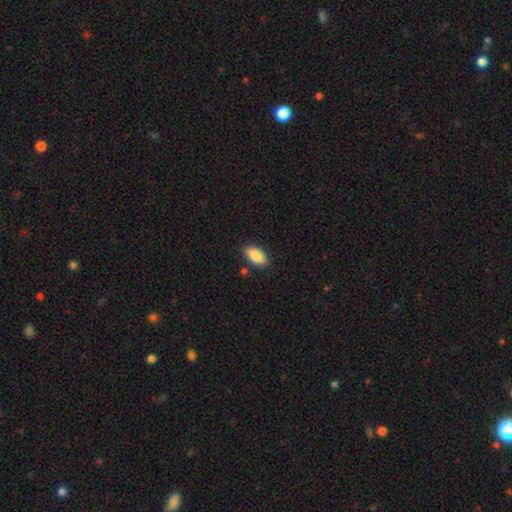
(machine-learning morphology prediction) Smooth or featured?
  - smooth: 89% *
  - star or artifact: 7%
  - featured or disk: 5%
How rounded?
  - in between: 90% *
  - cigar-shaped: 7%
  - round: 2%
Merging?
  - none: 86% *
  - minor disturbance: 10%
  - major disturbance: 2%
  - merger: 2%